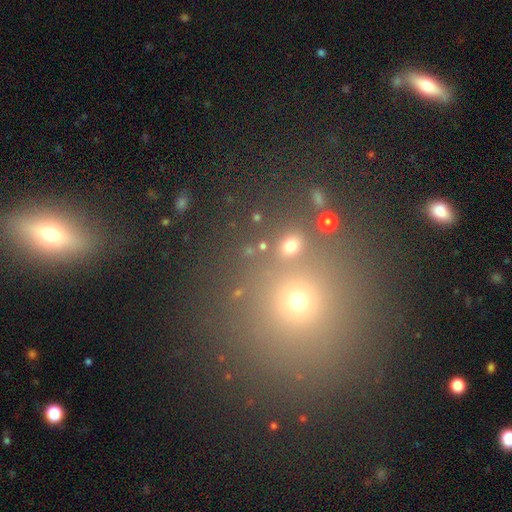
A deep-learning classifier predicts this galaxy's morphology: Smooth or featured?
  - smooth: 59% *
  - star or artifact: 31%
  - featured or disk: 10%
How rounded?
  - round: 88% *
  - in between: 11%
  - cigar-shaped: 1%
Merging?
  - none: 76% *
  - merger: 11%
  - minor disturbance: 9%
  - major disturbance: 4%